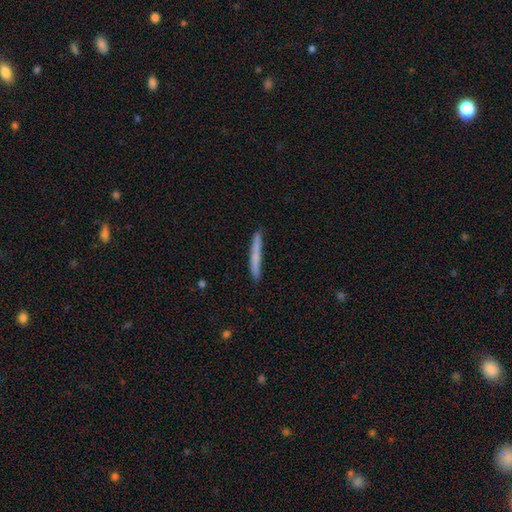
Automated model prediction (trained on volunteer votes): A smooth galaxy with no disk features (68%) that is cigar-shaped (97%). Merging: none (88%).